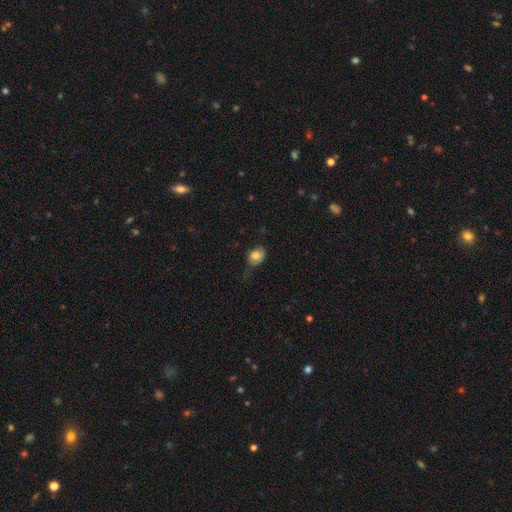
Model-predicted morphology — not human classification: Smooth or featured? smooth (77%)
How rounded? in between (63%)
Merging? none (44%)